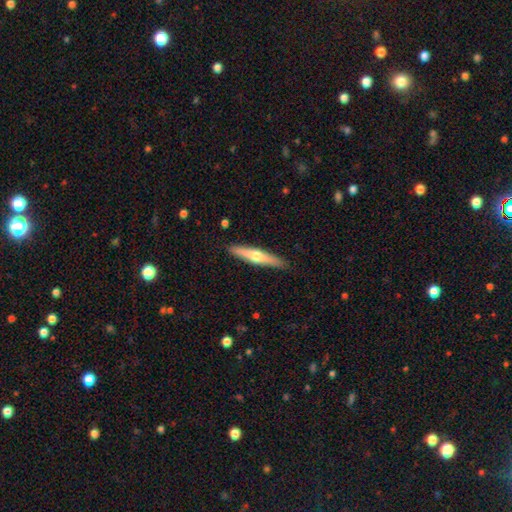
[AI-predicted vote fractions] A featured or disk galaxy (52%) viewed edge-on (94%). Merging: none (90%).